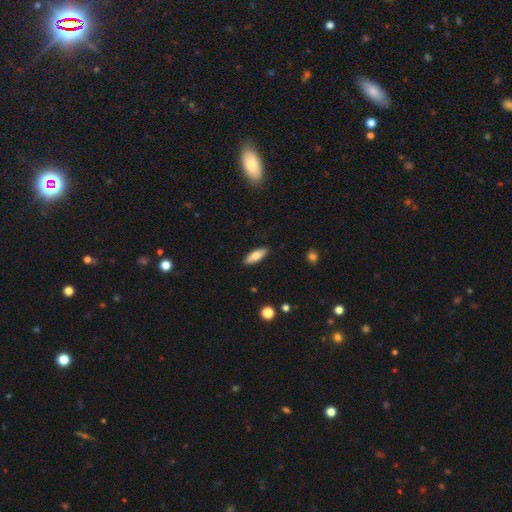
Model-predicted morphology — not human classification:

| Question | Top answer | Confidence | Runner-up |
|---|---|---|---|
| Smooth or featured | smooth | 76% | featured or disk (18%) |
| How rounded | in between | 59% | cigar-shaped (39%) |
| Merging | none | 89% | minor disturbance (8%) |